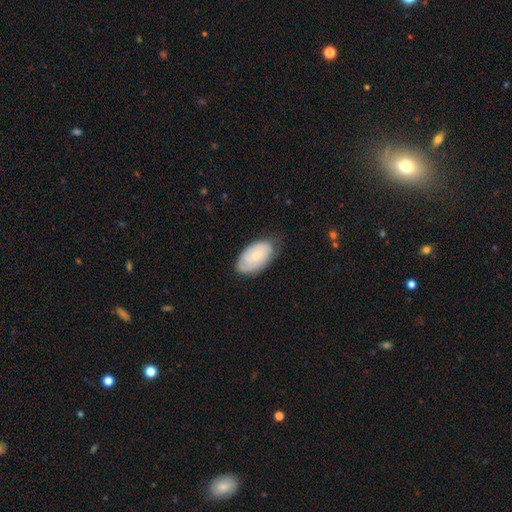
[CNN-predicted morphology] Smooth or featured: smooth — 50% (featured or disk — 45%)
Merging: none — 73% (minor disturbance — 21%)